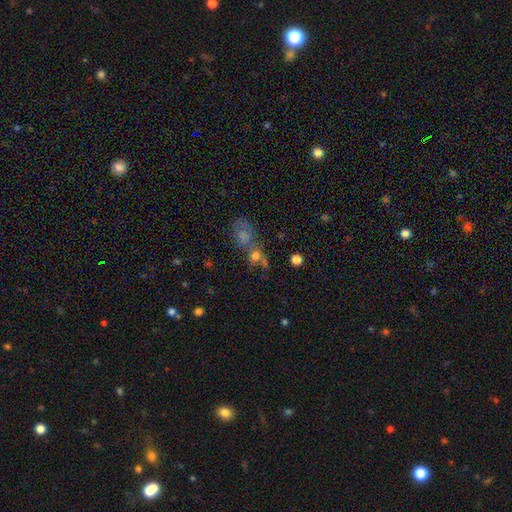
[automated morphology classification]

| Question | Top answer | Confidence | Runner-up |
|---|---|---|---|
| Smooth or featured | smooth | 64% | star or artifact (19%) |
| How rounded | round | 66% | in between (31%) |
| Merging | merger | 51% | none (32%) |